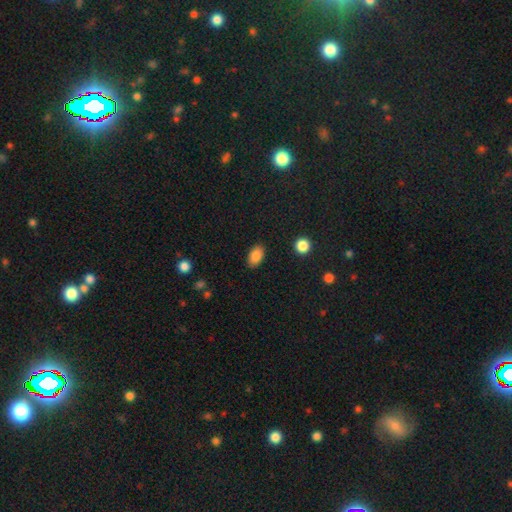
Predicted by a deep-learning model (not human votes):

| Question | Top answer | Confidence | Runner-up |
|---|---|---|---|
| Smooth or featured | smooth | 85% | star or artifact (8%) |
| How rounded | in between | 90% | round (8%) |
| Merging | none | 87% | minor disturbance (9%) |